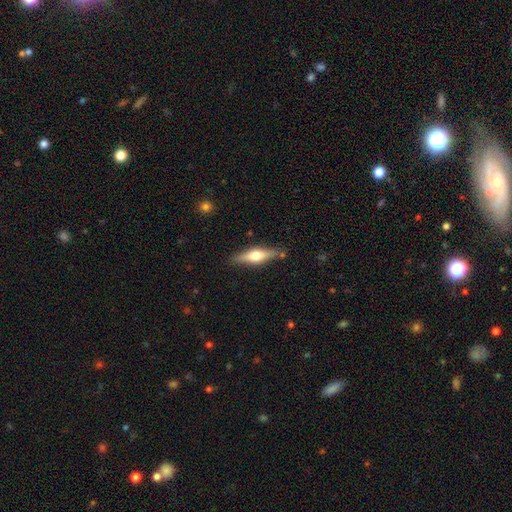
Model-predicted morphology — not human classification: Smooth or featured? Predicted: featured or disk (p=0.57). Edge-on disk? Predicted: yes (p=0.95). Edge-on bulge? Predicted: rounded (p=0.92). Merging? Predicted: none (p=0.84).